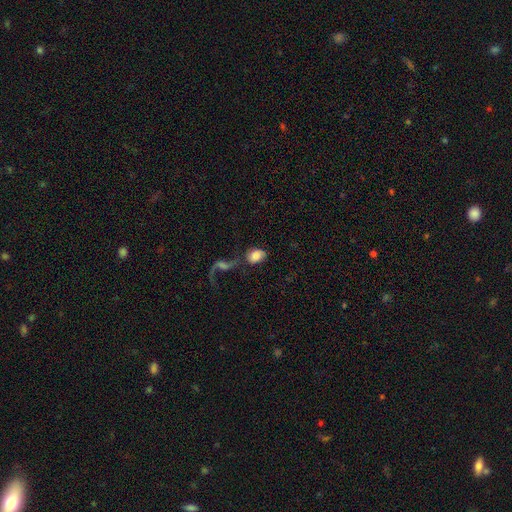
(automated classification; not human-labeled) Q: Smooth or featured?
A: smooth (65%); runner-up: featured or disk (26%)
Q: How rounded?
A: in between (69%); runner-up: round (29%)
Q: Merging?
A: merger (42%); runner-up: none (31%)